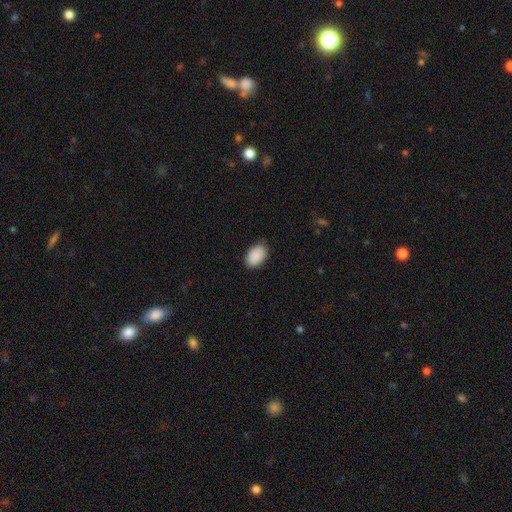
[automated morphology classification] Smooth or featured? smooth (91%)
How rounded? in between (91%)
Merging? none (82%)